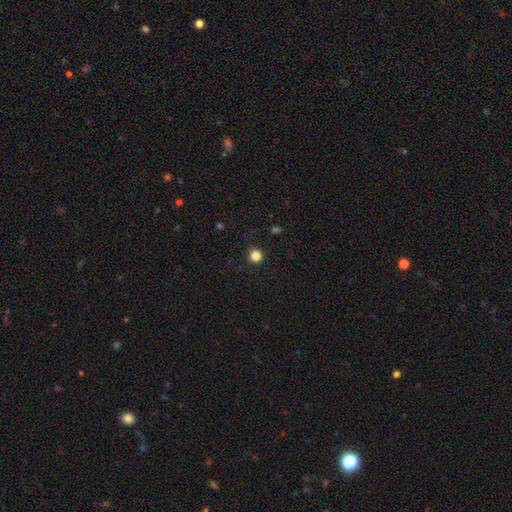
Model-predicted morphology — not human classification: type=smooth (83%); roundness=round (94%); merging=none (92%).